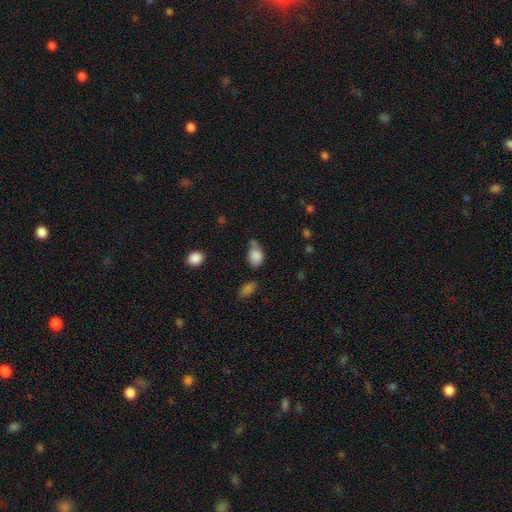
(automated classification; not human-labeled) smooth 84%, star or artifact 9%, featured or disk 6%. Down the decision tree: how rounded — in between (75%); merging — none (44%).